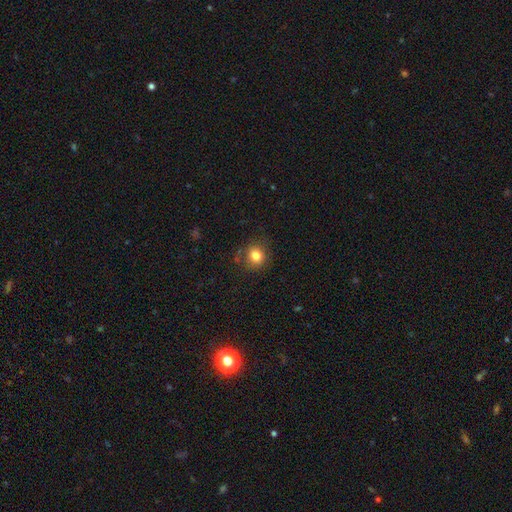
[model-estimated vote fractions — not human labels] Q: Smooth or featured?
A: smooth (81%); runner-up: star or artifact (11%)
Q: How rounded?
A: round (80%); runner-up: in between (19%)
Q: Merging?
A: none (79%); runner-up: minor disturbance (14%)